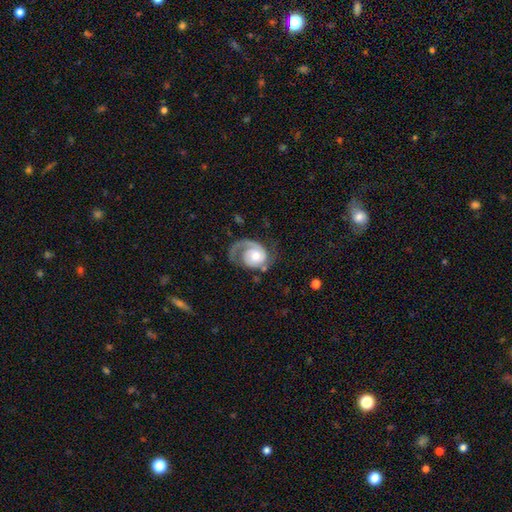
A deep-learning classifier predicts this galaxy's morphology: This is likely a featured or disk galaxy (80%). It is clearly not viewed edge-on (98%). Bar: likely no (74%). Spiral arm pattern: clearly yes (95%). Spiral arm count: likely 1 (70%). Spiral winding: marginally tight (38%). Central bulge: possibly moderate (53%). Merging: possibly none (47%).